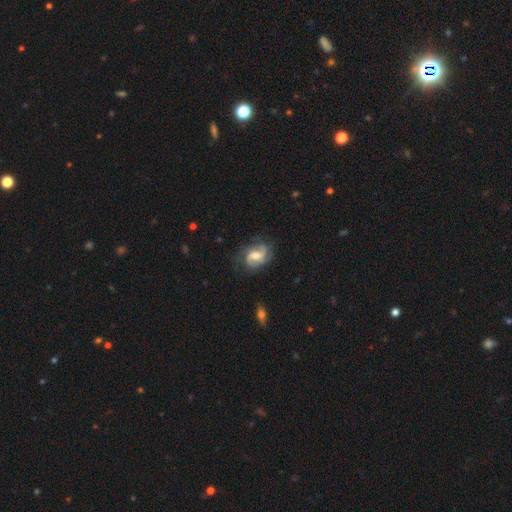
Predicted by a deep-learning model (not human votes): This appears to be a featured or disk galaxy (75%) with a weak bar (49%), 2 (64%) medium (45%) spiral arms (93%) and a moderate central bulge (65%). Merging: none (67%).